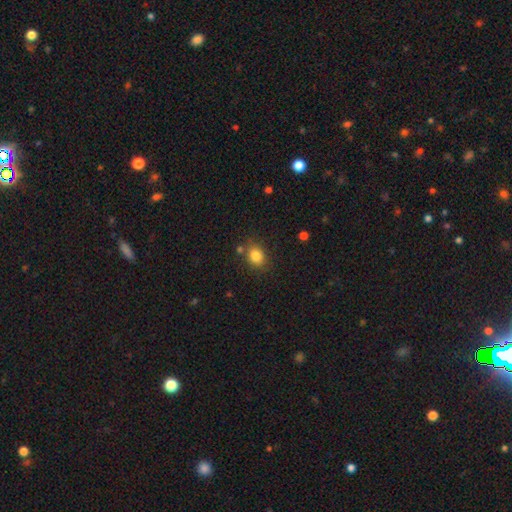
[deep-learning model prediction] Smooth or featured? smooth (83%)
How rounded? round (61%)
Merging? none (77%)